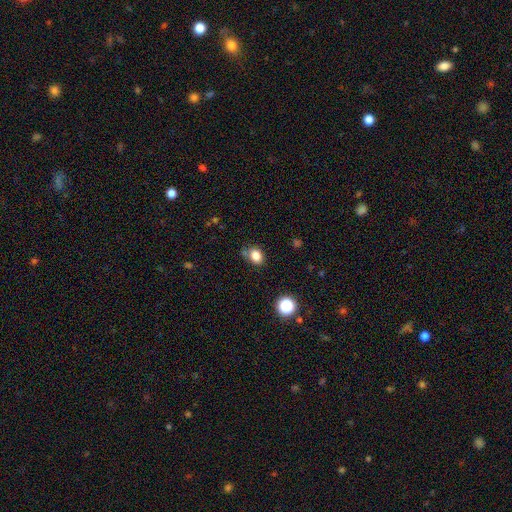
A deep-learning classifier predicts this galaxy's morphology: Smooth or featured? Predicted: smooth (p=0.82). How rounded? Predicted: in between (p=0.59). Merging? Predicted: none (p=0.70).